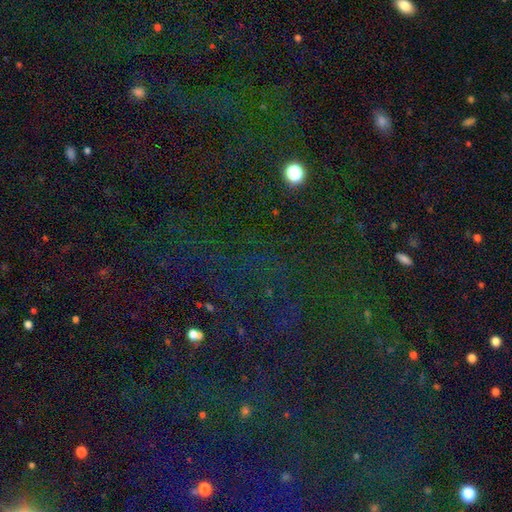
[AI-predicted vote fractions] A star or artifact, not a galaxy (78%).

Vote fractions:
- Smooth or featured? star or artifact: 78% / smooth: 14% / featured or disk: 8%